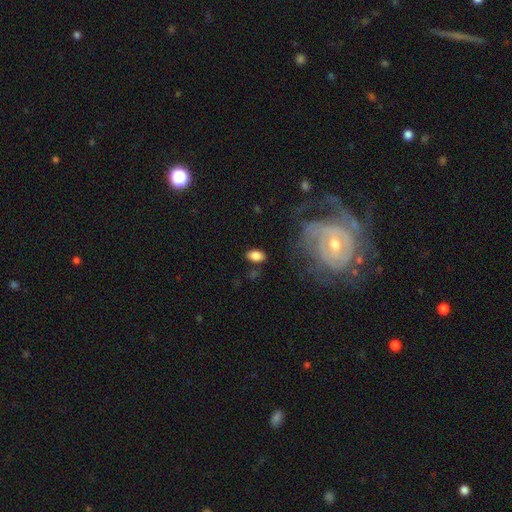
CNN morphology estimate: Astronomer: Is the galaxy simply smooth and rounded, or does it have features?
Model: smooth — 83%.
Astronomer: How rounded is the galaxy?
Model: in between — 91%.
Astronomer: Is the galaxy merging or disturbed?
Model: none — 81%.